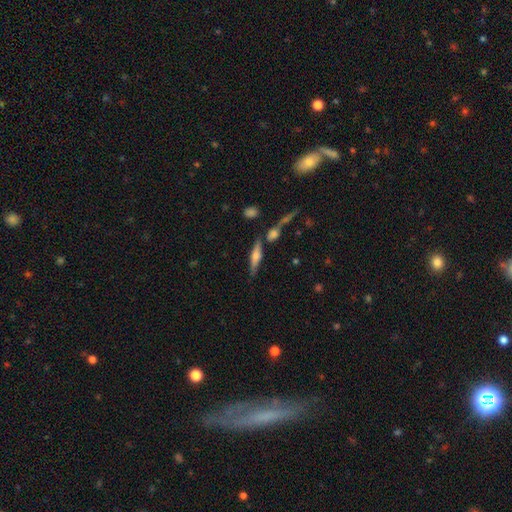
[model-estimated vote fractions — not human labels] Smooth or featured?
  - featured or disk: 53% *
  - smooth: 39%
  - star or artifact: 8%
Edge-on disk?
  - yes: 94% *
  - no: 6%
Merging?
  - none: 70% *
  - merger: 13%
  - minor disturbance: 13%
  - major disturbance: 4%